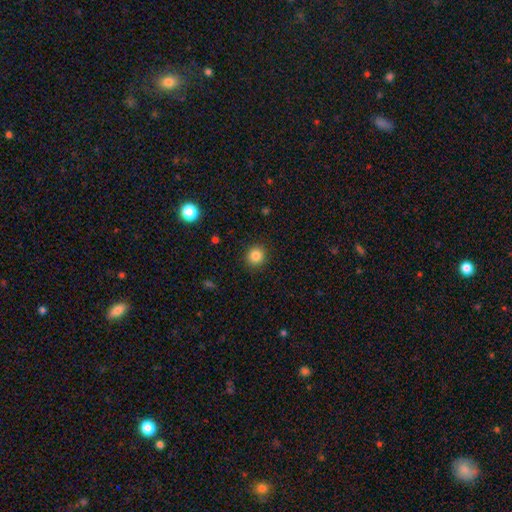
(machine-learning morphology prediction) This appears to be a smooth galaxy with no disk features (84%) that is round (89%). Merging: none (90%).